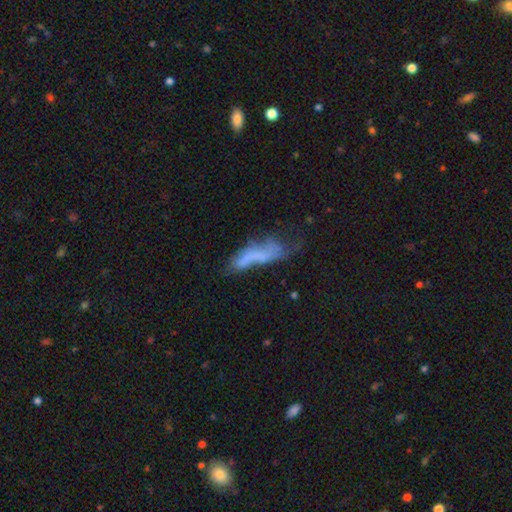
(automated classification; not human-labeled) This is possibly a smooth galaxy (47%). Merging: marginally major disturbance (35%).